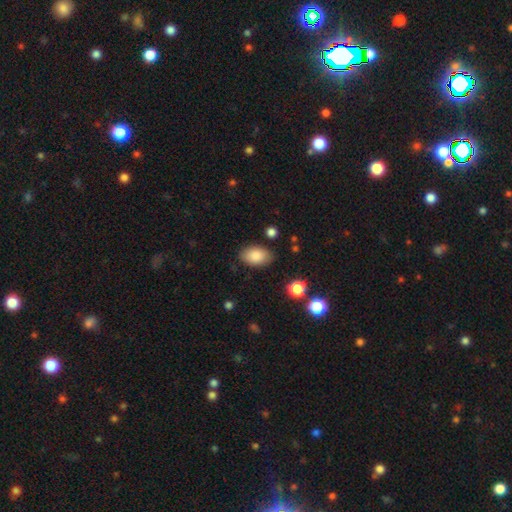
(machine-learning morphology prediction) smooth_or_featured: smooth (p=0.86) [alt: star or artifact p=0.08]
how_rounded: in between (p=0.90) [alt: round p=0.09]
merging: none (p=0.84) [alt: minor disturbance p=0.11]